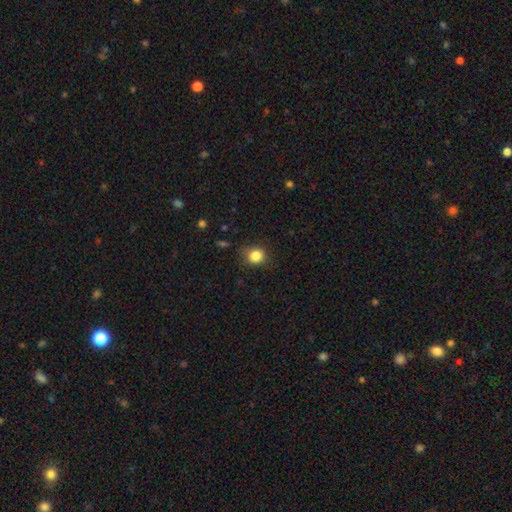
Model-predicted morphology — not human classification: smooth 84%, star or artifact 11%, featured or disk 5%. Down the decision tree: how rounded — round (80%); merging — none (79%).